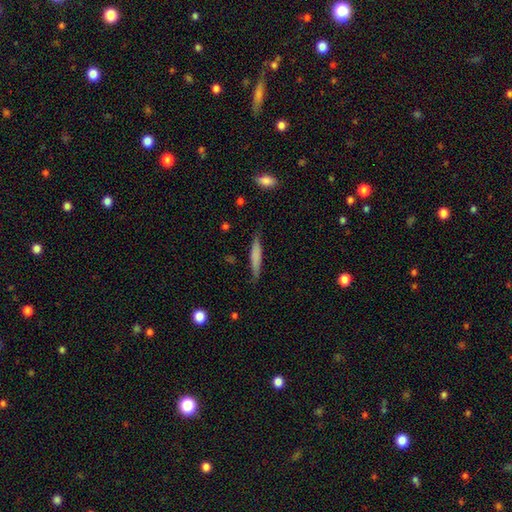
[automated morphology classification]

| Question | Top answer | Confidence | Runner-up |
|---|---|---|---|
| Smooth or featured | smooth | 69% | featured or disk (25%) |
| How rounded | cigar-shaped | 92% | in between (7%) |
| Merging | none | 82% | minor disturbance (14%) |